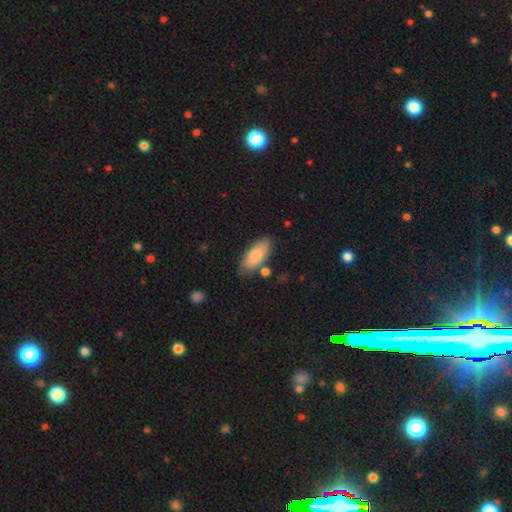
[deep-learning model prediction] Morphology: type=smooth (81%); roundness=in between (85%); merging=none (75%).